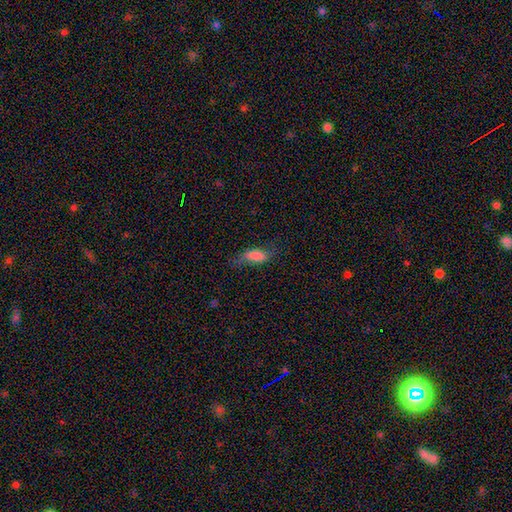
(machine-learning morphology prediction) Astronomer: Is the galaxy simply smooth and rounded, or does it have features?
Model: smooth — 69%.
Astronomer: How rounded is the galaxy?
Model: in between — 80%.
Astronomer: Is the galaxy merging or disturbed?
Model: none — 50% (runner-up: minor disturbance, 28%).